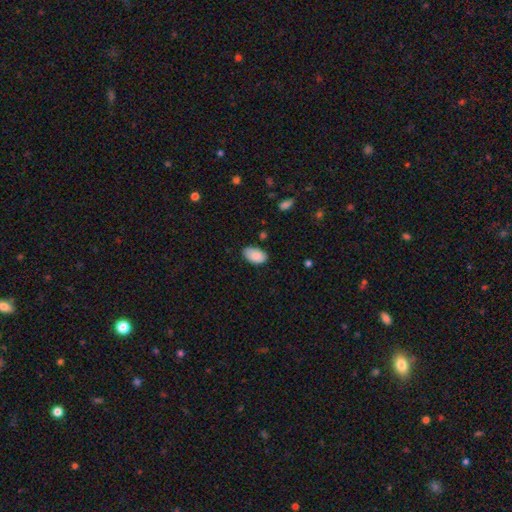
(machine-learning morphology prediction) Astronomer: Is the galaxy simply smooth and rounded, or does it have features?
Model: smooth — 87%.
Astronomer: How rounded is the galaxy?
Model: in between — 95%.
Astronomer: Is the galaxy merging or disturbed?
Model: none — 73%.